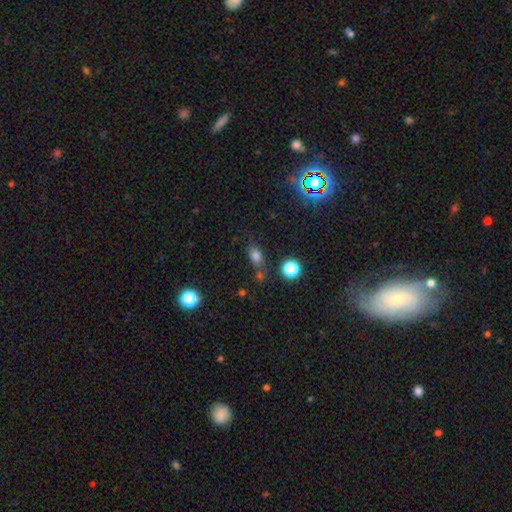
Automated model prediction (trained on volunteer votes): The model was most divided on "merging": none: 64%, minor disturbance: 17%, merger: 13%, major disturbance: 6%. More confident: smooth or featured — smooth (73%); how rounded — in between (72%).